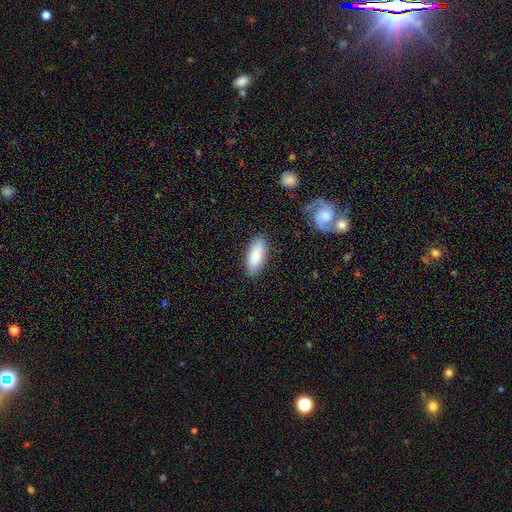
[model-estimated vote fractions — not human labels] Smooth or featured? Predicted: smooth (p=0.86). How rounded? Predicted: in between (p=0.82). Merging? Predicted: none (p=0.86).